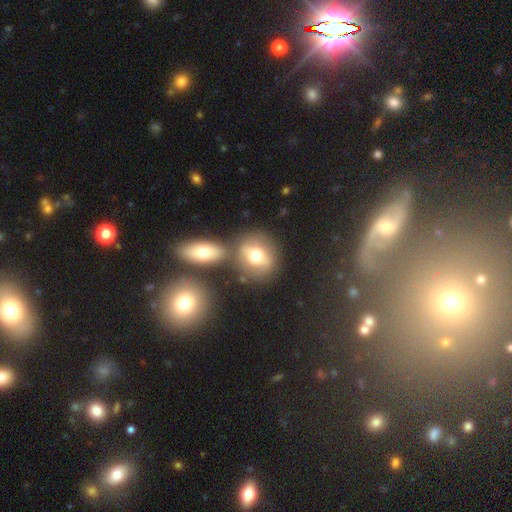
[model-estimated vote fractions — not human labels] The model was most divided on "merging": none: 60%, merger: 23%, minor disturbance: 12%, major disturbance: 5%. More confident: how rounded — round (70%); smooth or featured — smooth (64%).